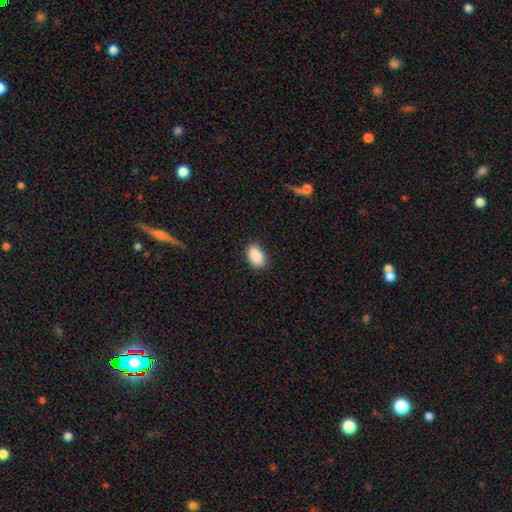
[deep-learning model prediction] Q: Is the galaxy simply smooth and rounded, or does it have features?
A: smooth — 90%.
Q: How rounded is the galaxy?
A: in between — 91%.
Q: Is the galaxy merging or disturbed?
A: none — 86%.